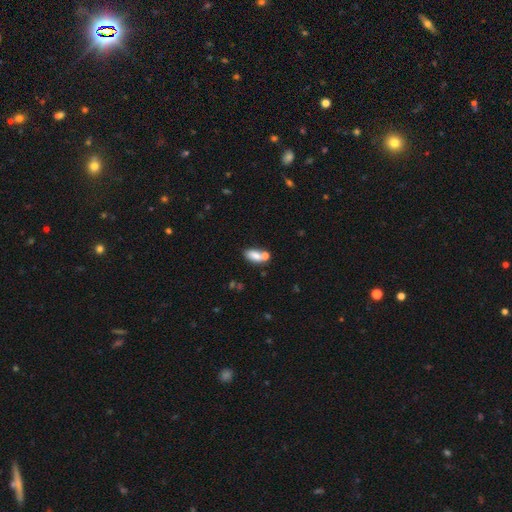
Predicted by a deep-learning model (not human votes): smooth_or_featured: smooth (p=0.77) [alt: featured or disk p=0.14]
how_rounded: in between (p=0.86) [alt: cigar-shaped p=0.07]
merging: none (p=0.43) [alt: merger p=0.39]